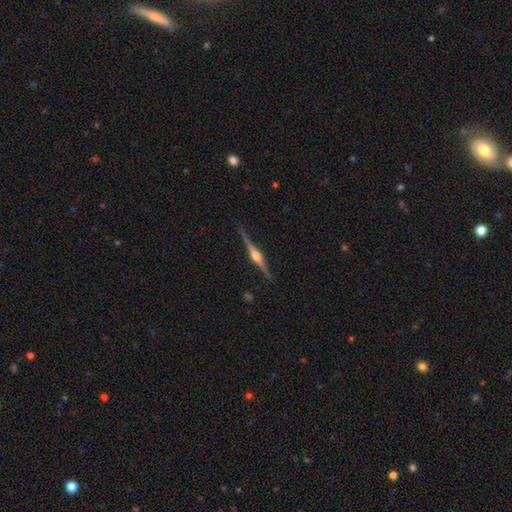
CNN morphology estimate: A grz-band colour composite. It shows a featured or disk galaxy (83%) viewed edge-on (98%) with a rounded central bulge (91%). Merging: none (88%).